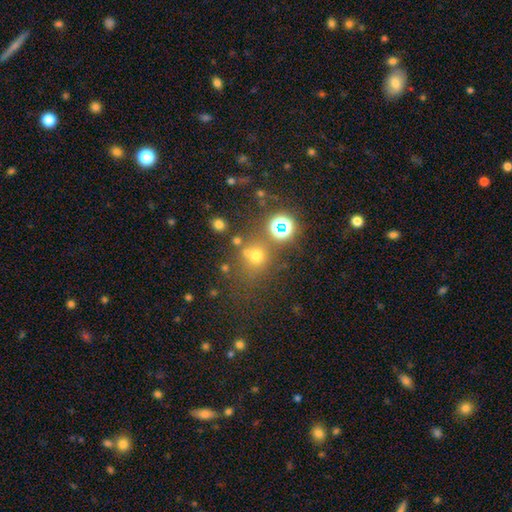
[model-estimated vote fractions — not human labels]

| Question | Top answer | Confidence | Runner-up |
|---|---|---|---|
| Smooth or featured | smooth | 59% | star or artifact (31%) |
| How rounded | round | 83% | in between (15%) |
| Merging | none | 64% | merger (17%) |